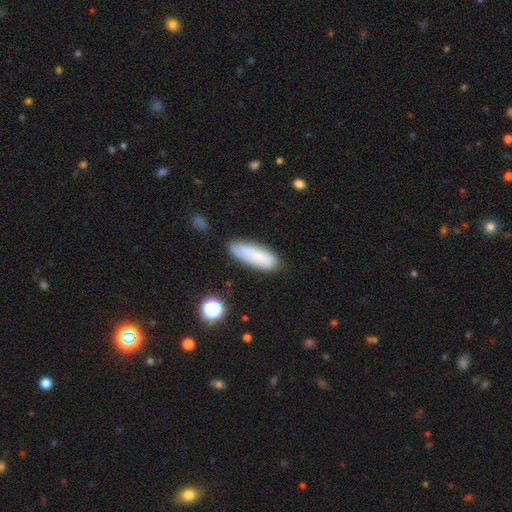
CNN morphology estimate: smooth 74%, featured or disk 18%, star or artifact 8%. Down the decision tree: how rounded — in between (56%); merging — none (79%).